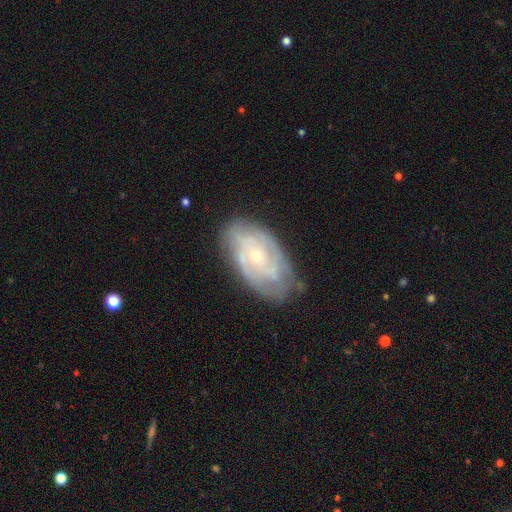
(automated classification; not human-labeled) This appears to be a featured or disk galaxy (75%) with no bar (72%), tight (60%) spiral arms (84%) and a small central bulge (65%). Merging: none (67%).